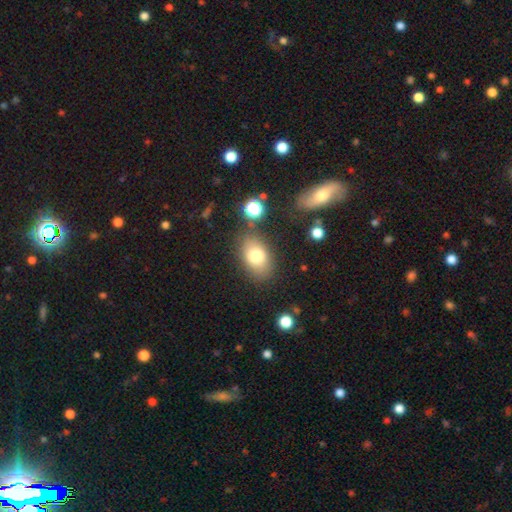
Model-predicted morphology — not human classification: This appears to be a smooth galaxy with no disk features (76%) that is in between round and cigar-shaped (82%). Merging: none (79%).